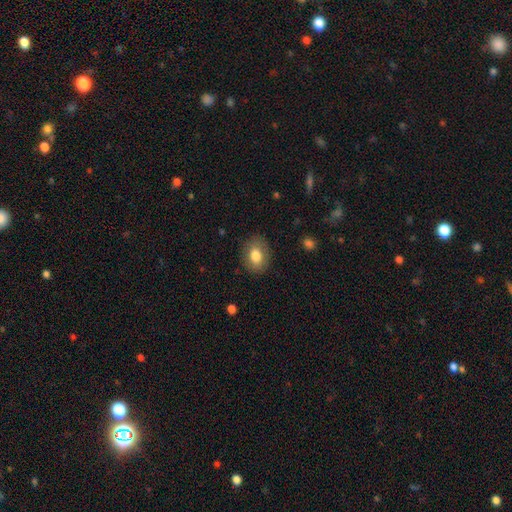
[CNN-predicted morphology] Smooth or featured? Predicted: smooth (p=0.80). How rounded? Predicted: in between (p=0.67). Merging? Predicted: none (p=0.84).